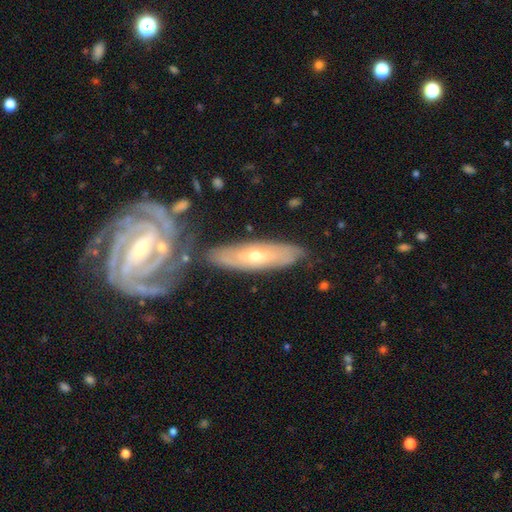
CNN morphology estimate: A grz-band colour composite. It shows a featured or disk galaxy (71%) with no bar (61%), spiral arms (80%) and a small central bulge (58%). Merging: none (66%).